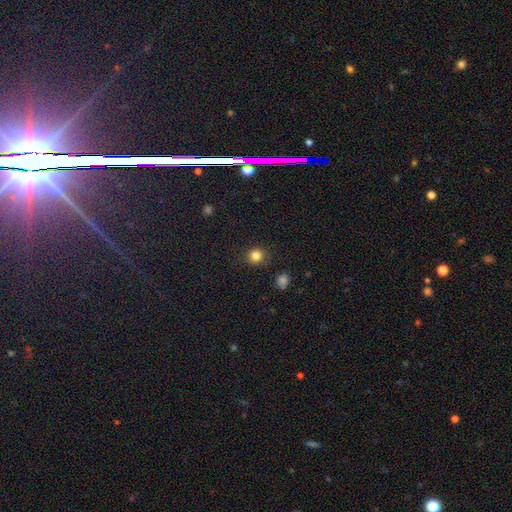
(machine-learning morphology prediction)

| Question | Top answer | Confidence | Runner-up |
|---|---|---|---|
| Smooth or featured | smooth | 83% | star or artifact (13%) |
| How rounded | round | 88% | in between (11%) |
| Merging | none | 87% | minor disturbance (9%) |